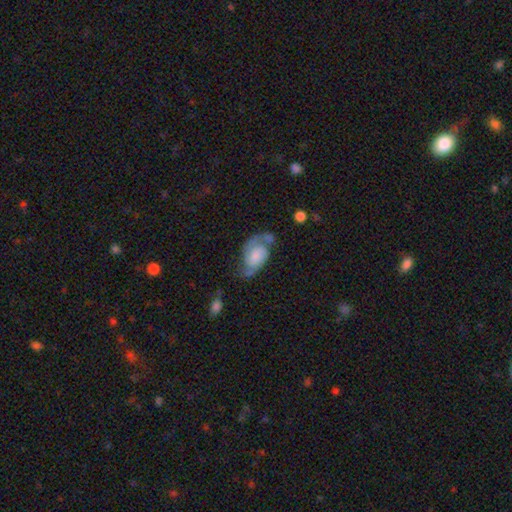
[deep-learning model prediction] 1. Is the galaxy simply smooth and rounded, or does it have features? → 72% featured or disk, 21% smooth, 7% star or artifact.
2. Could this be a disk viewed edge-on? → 97% no, 3% yes.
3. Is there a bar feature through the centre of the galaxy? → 62% no, 31% weak, 7% strong.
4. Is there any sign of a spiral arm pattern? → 93% yes, 7% no.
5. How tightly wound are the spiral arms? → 47% medium, 27% loose, 26% tight.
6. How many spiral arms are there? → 86% 2, 6% 1, 5% can't tell, 1% 3, 1% 4, 1% more than 4.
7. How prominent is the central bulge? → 35% none, 22% small, 19% large, 18% moderate, 5% dominant.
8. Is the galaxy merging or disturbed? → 46% none, 26% minor disturbance, 18% major disturbance, 10% merger.